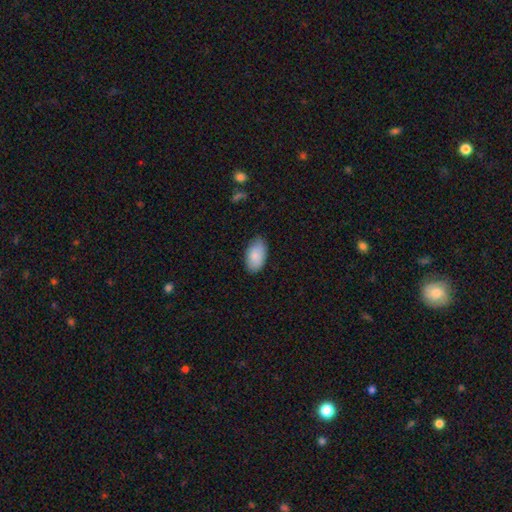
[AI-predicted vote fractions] This appears to be a smooth galaxy with no disk features (86%) that is in between round and cigar-shaped (95%). Merging: none (81%).